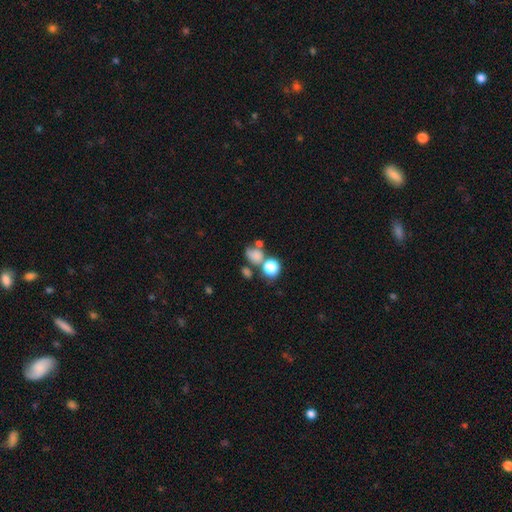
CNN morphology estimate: Smooth or featured? smooth (73%)
How rounded? round (54%)
Merging? none (41%)